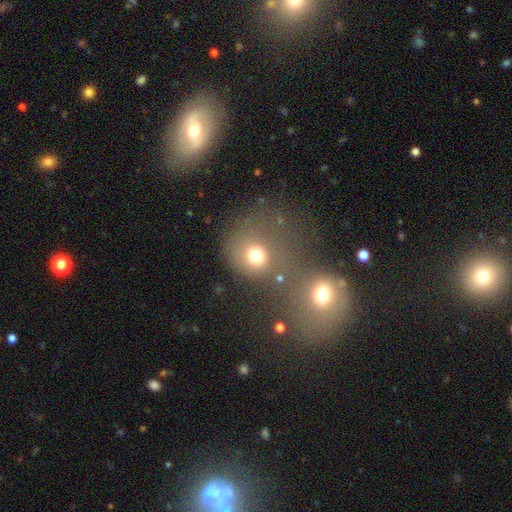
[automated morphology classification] Overall: smooth (71%). How rounded: round (77%). Merging: none (45%; merger 33%).